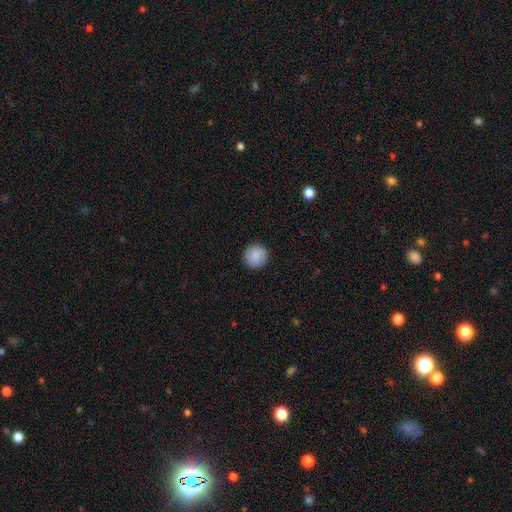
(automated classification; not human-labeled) smooth_or_featured: smooth (p=0.87) [alt: star or artifact p=0.07]
how_rounded: round (p=0.96) [alt: in between p=0.03]
merging: none (p=0.92) [alt: minor disturbance p=0.05]